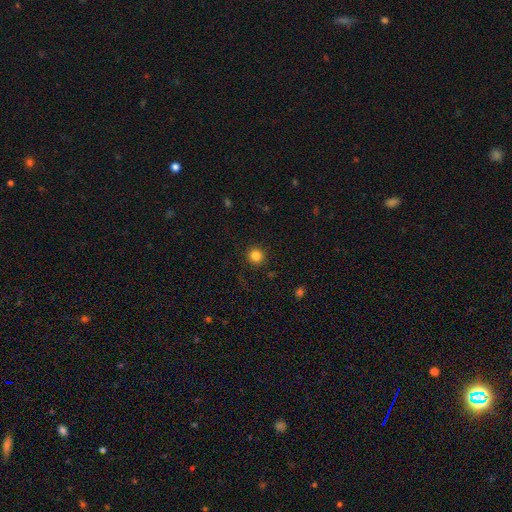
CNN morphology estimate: Q: Smooth or featured?
A: smooth (83%); runner-up: star or artifact (12%)
Q: How rounded?
A: round (95%); runner-up: in between (4%)
Q: Merging?
A: none (91%); runner-up: minor disturbance (5%)